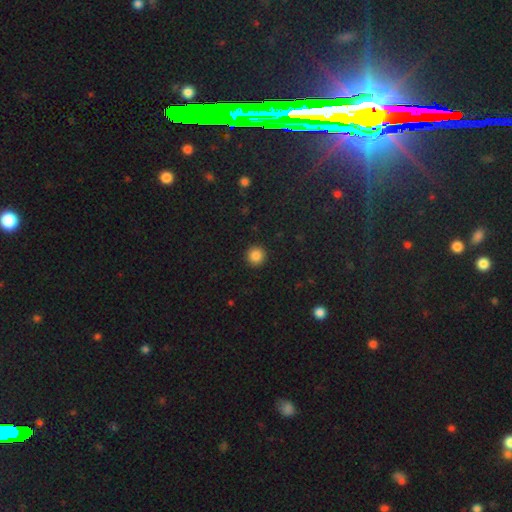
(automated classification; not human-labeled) Smooth or featured?
  - smooth: 85% *
  - star or artifact: 11%
  - featured or disk: 4%
How rounded?
  - round: 95% *
  - in between: 4%
  - cigar-shaped: 1%
Merging?
  - none: 93% *
  - minor disturbance: 4%
  - major disturbance: 2%
  - merger: 1%